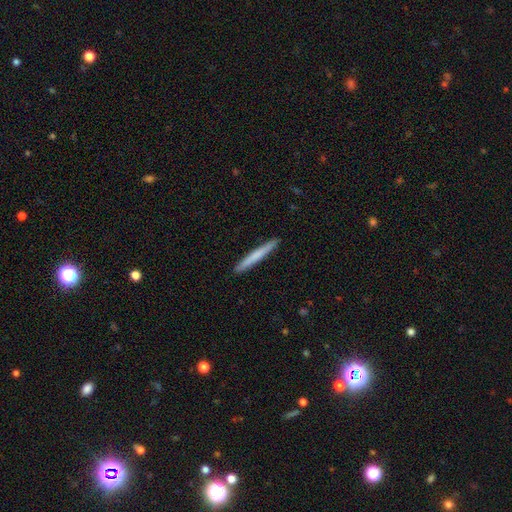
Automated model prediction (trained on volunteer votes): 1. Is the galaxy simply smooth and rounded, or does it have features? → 67% smooth, 28% featured or disk, 5% star or artifact.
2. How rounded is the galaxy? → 97% cigar-shaped, 2% in between, 1% round.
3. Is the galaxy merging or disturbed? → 93% none, 5% minor disturbance, 1% major disturbance, 1% merger.